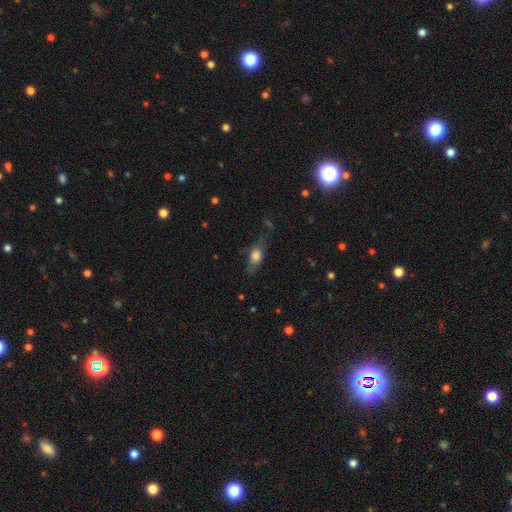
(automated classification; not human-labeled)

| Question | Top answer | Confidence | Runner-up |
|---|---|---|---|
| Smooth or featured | smooth | 66% | featured or disk (26%) |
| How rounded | in between | 70% | cigar-shaped (22%) |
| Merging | none | 60% | minor disturbance (25%) |